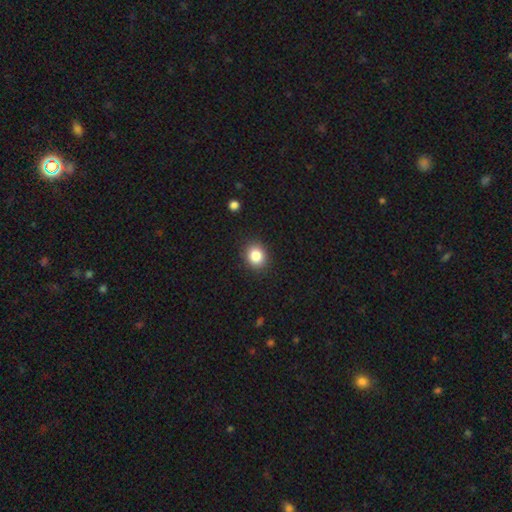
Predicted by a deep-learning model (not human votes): Q: Smooth or featured?
A: smooth (85%); runner-up: star or artifact (10%)
Q: How rounded?
A: round (71%); runner-up: in between (28%)
Q: Merging?
A: none (89%); runner-up: minor disturbance (7%)